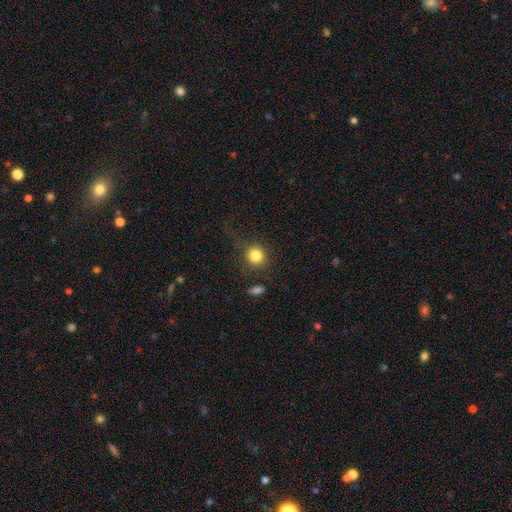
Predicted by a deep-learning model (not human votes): Q: Smooth or featured?
A: smooth (82%); runner-up: star or artifact (11%)
Q: How rounded?
A: round (89%); runner-up: in between (10%)
Q: Merging?
A: none (73%); runner-up: minor disturbance (13%)